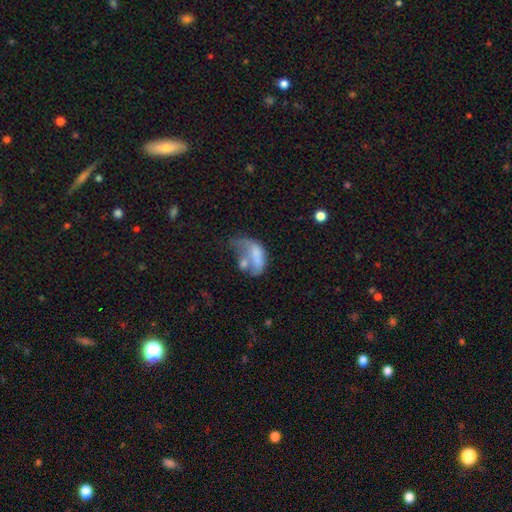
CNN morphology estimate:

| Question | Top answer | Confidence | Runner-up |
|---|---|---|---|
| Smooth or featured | smooth | 54% | featured or disk (36%) |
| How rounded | in between | 88% | round (9%) |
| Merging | major disturbance | 39% | merger (37%) |